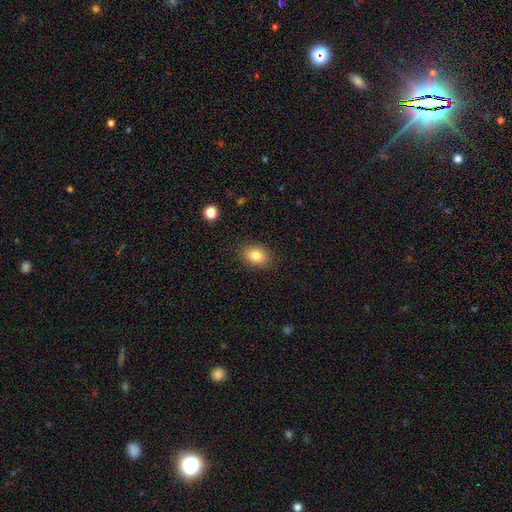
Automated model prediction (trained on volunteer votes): This is clearly a smooth galaxy (83%). How rounded: likely in between (70%). Merging: clearly none (86%).